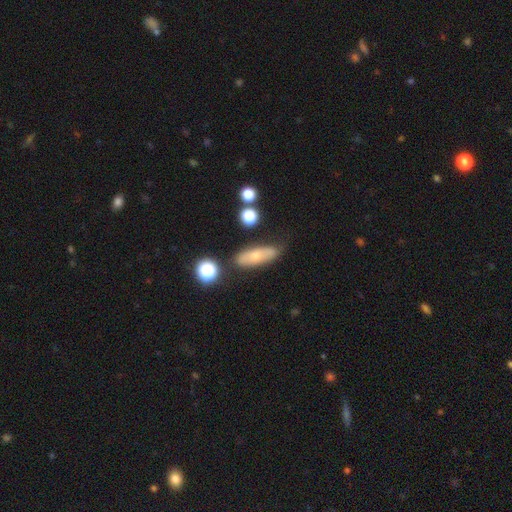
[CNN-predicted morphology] Smooth or featured? smooth (62%)
How rounded? in between (54%)
Merging? none (70%)